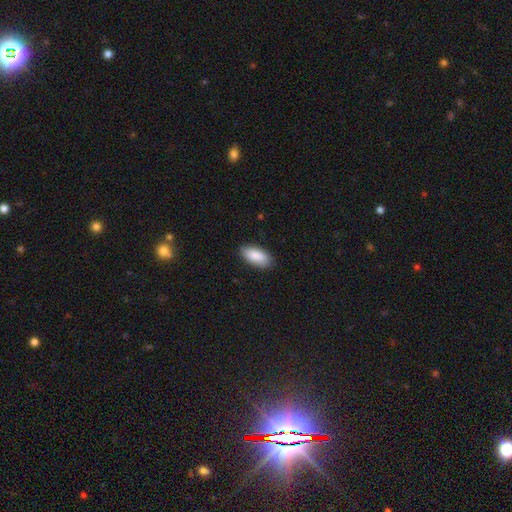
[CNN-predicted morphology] Smooth or featured: smooth — 89% (featured or disk — 6%)
How rounded: in between — 90% (cigar-shaped — 8%)
Merging: none — 84% (minor disturbance — 12%)